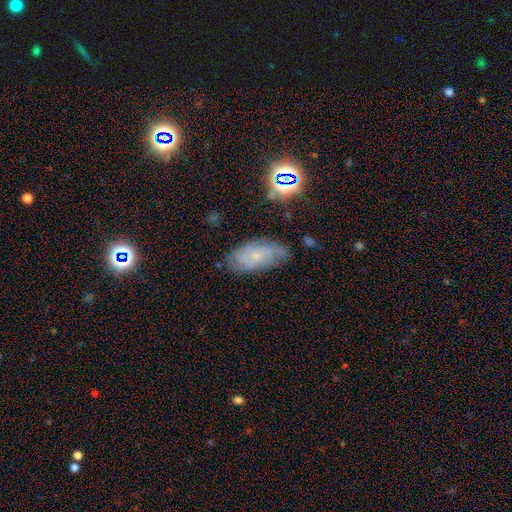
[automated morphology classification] Smooth or featured? Predicted: featured or disk (p=0.57). Edge-on disk? Predicted: no (p=0.92). Bar? Predicted: no (p=0.76). Spiral arms? Predicted: yes (p=0.85). Bulge size? Predicted: small (p=0.73). Merging? Predicted: none (p=0.67).